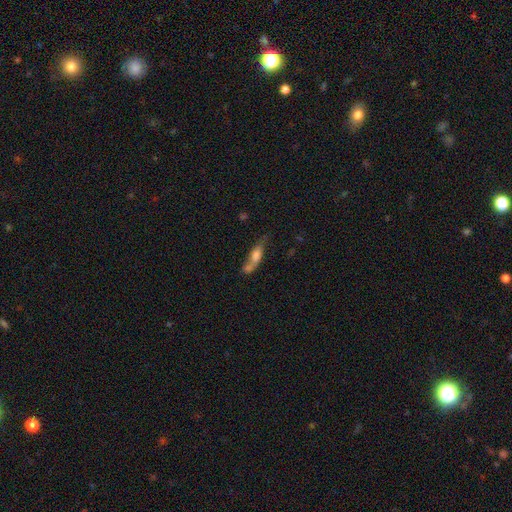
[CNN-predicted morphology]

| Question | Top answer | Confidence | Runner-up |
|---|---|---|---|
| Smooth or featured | smooth | 54% | featured or disk (35%) |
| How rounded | in between | 48% | cigar-shaped (47%) |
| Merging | merger | 40% | none (30%) |